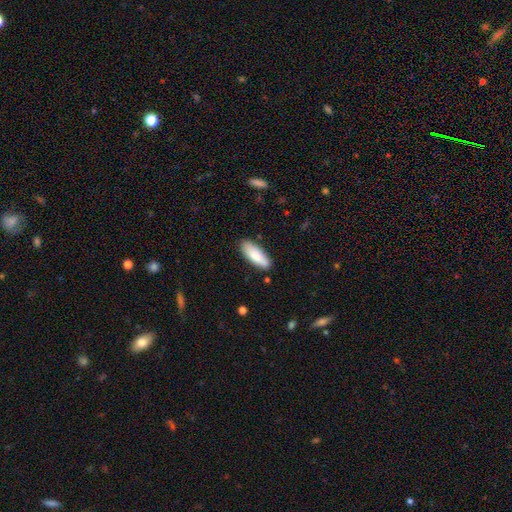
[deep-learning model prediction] Smooth or featured? Predicted: smooth (p=0.85). How rounded? Predicted: in between (p=0.68). Merging? Predicted: none (p=0.85).